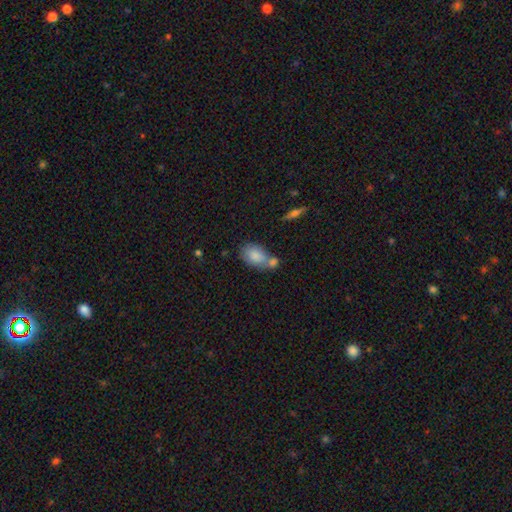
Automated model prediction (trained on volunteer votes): smooth-or-featured: smooth: 82% | featured or disk: 10% | star or artifact: 7%
  how-rounded: in between: 84% | round: 14% | cigar-shaped: 2%
  merging: none: 40% (tied) | merger: 40% (tied) | minor disturbance: 15% | major disturbance: 5%